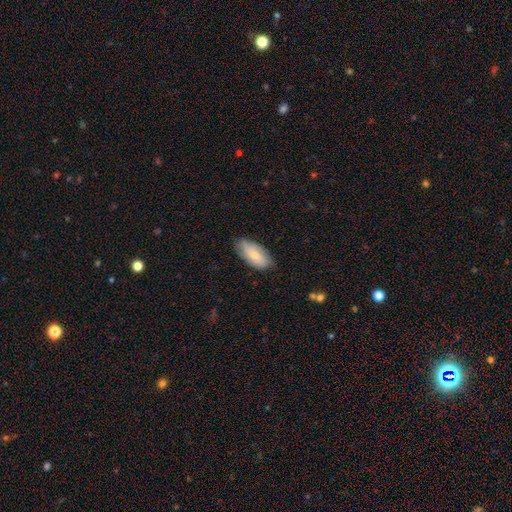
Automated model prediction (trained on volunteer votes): This is likely a smooth galaxy (67%). How rounded: clearly in between (91%). Merging: likely none (73%).